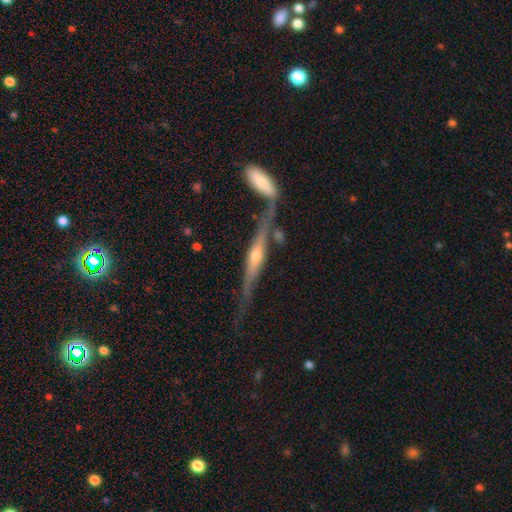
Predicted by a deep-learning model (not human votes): Smooth or featured? Predicted: featured or disk (p=0.81). Edge-on disk? Predicted: yes (p=0.94). Edge-on bulge? Predicted: rounded (p=0.82). Merging? Predicted: none (p=0.57).